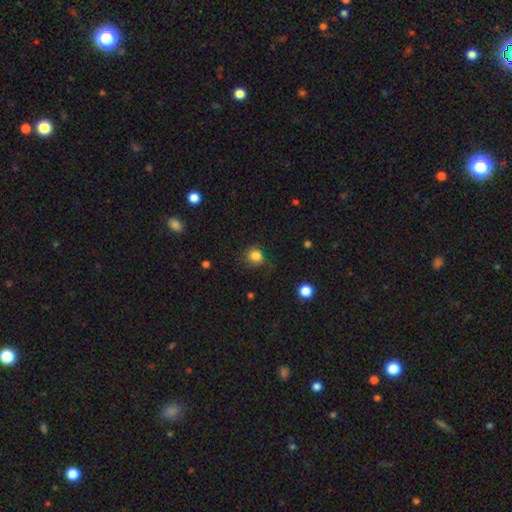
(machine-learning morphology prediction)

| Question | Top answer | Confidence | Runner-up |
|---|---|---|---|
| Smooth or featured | smooth | 82% | star or artifact (12%) |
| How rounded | round | 86% | in between (13%) |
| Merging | none | 69% | minor disturbance (21%) |